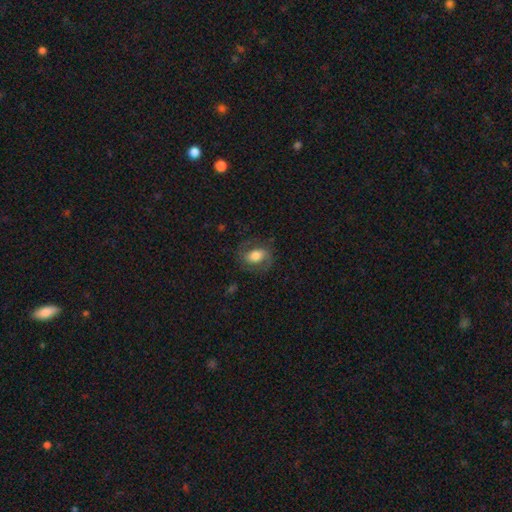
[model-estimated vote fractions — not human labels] Smooth or featured? Predicted: featured or disk (p=0.53). Edge-on disk? Predicted: no (p=0.96). Bar? Predicted: no (p=0.38). Spiral arms? Predicted: yes (p=0.81). Bulge size? Predicted: moderate (p=0.50). Merging? Predicted: none (p=0.71).